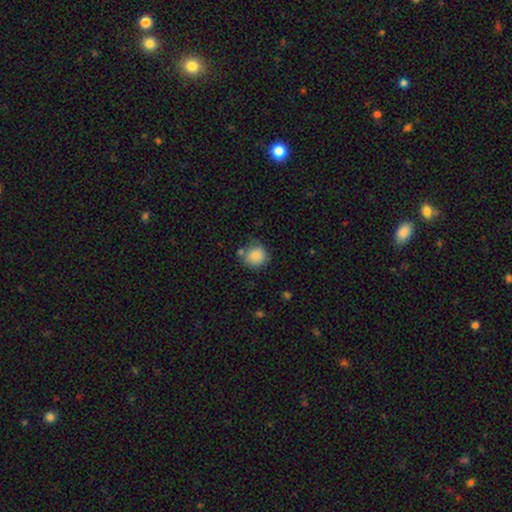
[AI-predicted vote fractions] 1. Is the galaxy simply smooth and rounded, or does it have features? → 87% smooth, 9% star or artifact, 4% featured or disk.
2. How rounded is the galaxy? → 88% round, 11% in between, 1% cigar-shaped.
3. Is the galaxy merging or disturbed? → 70% none, 18% minor disturbance, 7% merger, 5% major disturbance.